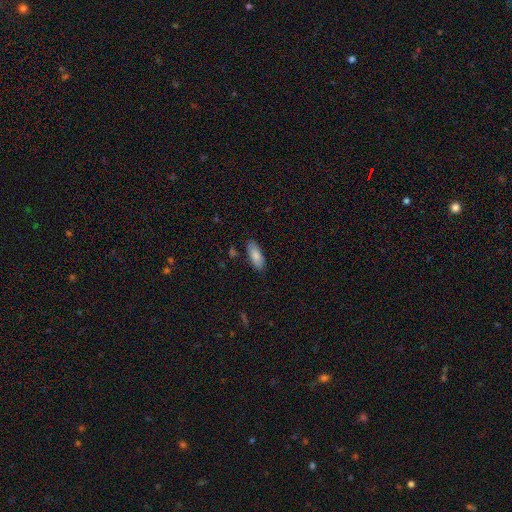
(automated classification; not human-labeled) Smooth or featured: smooth — 84% (featured or disk — 10%)
How rounded: in between — 77% (cigar-shaped — 21%)
Merging: none — 85% (minor disturbance — 11%)